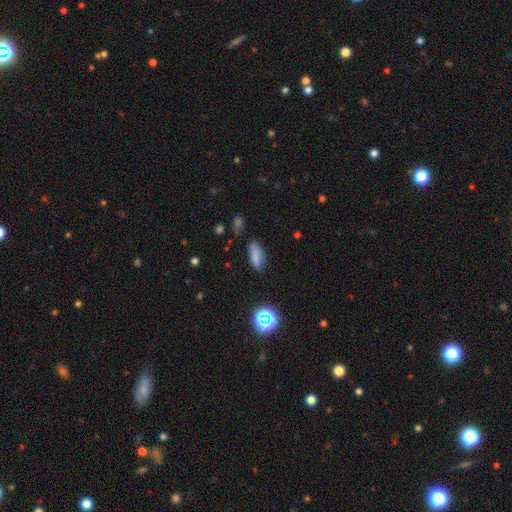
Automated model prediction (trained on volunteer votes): Smooth or featured?
  - smooth: 76% *
  - star or artifact: 14%
  - featured or disk: 11%
How rounded?
  - in between: 72% *
  - cigar-shaped: 24%
  - round: 4%
Merging?
  - none: 69% *
  - minor disturbance: 22%
  - major disturbance: 6%
  - merger: 3%